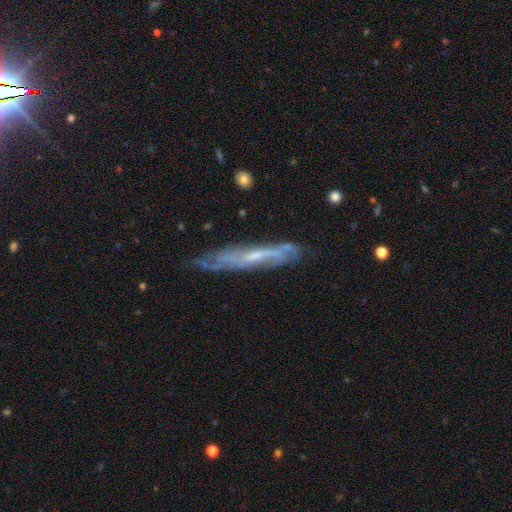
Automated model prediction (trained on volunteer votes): A featured or disk galaxy (72%) viewed edge-on (61%).

Vote fractions:
- Smooth or featured? featured or disk: 72% / smooth: 21% / star or artifact: 7%
- Edge-on disk? yes: 61% / no: 39%
- Merging? none: 71% / minor disturbance: 21% / major disturbance: 6% / merger: 2%